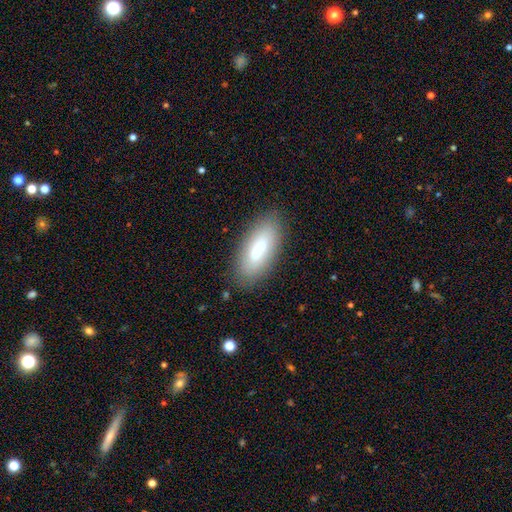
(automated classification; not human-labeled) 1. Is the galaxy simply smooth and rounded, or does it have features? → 66% smooth, 24% featured or disk, 10% star or artifact.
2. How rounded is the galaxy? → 78% in between, 19% cigar-shaped, 3% round.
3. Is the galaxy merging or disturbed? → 78% none, 13% minor disturbance, 5% major disturbance, 4% merger.